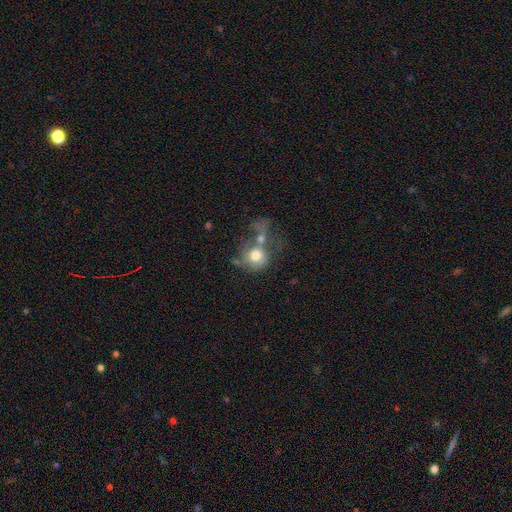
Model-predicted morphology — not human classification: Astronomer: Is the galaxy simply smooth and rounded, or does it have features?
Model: smooth — 70%.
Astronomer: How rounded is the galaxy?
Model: round — 78%.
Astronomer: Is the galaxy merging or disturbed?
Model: merger — 47% (runner-up: none, 22%).